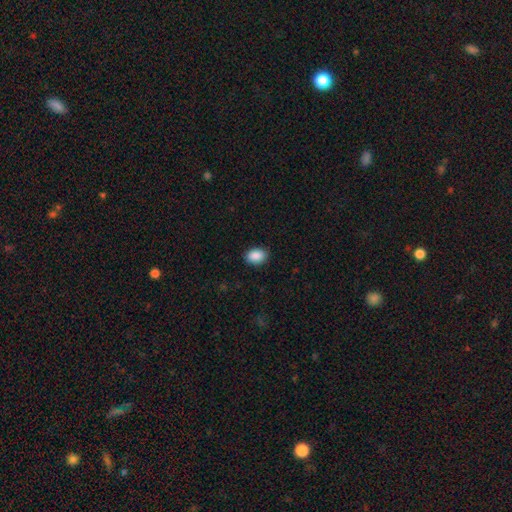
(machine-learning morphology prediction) Overall: smooth (90%). How rounded: in between (78%). Merging: none (87%).